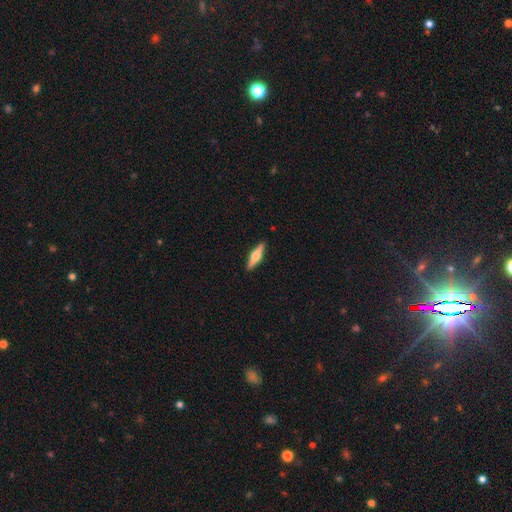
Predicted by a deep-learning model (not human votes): Smooth or featured? featured or disk (62%)
Edge-on disk? yes (97%)
Edge-on bulge? rounded (92%)
Merging? none (91%)